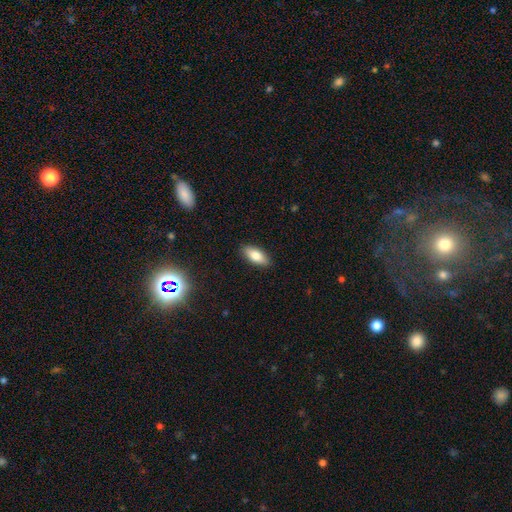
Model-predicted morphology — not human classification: smooth_or_featured: smooth (p=0.81) [alt: featured or disk p=0.12]
how_rounded: in between (p=0.85) [alt: cigar-shaped p=0.13]
merging: none (p=0.89) [alt: minor disturbance p=0.08]